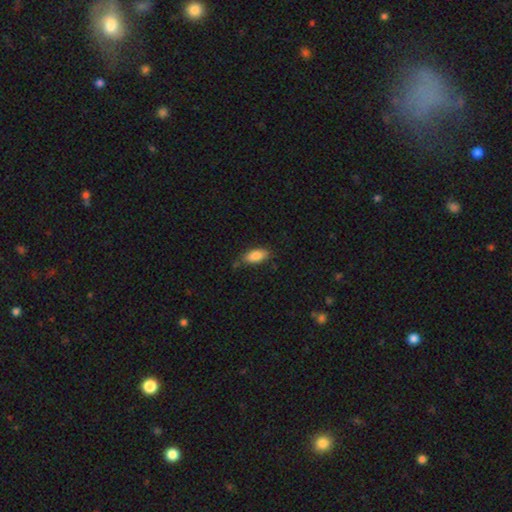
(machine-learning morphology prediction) Smooth or featured? smooth (85%)
How rounded? in between (85%)
Merging? none (73%)